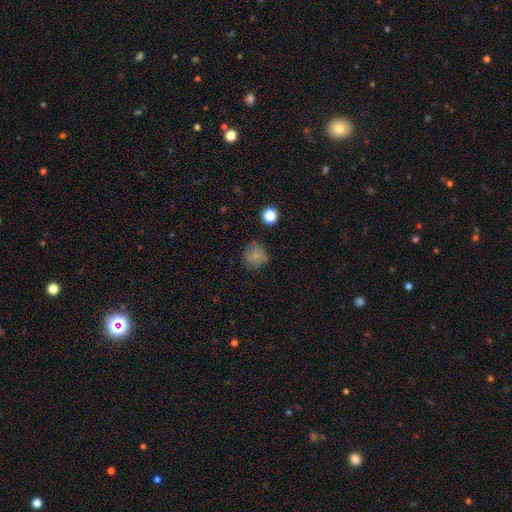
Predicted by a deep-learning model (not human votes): Morphology: type=smooth (77%); roundness=round (84%); merging=none (68%).